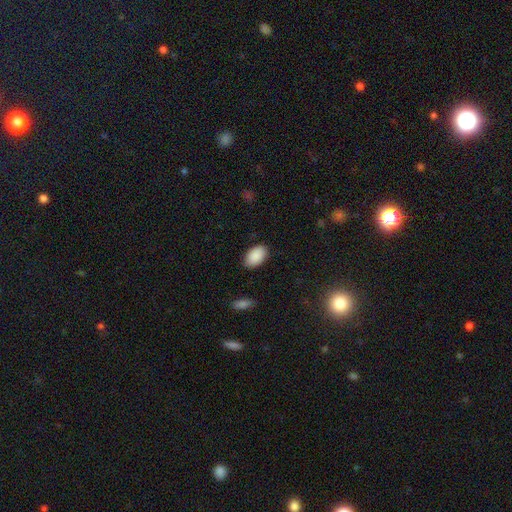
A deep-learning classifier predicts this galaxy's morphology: This is clearly a smooth galaxy (90%). How rounded: clearly in between (93%). Merging: clearly none (87%).